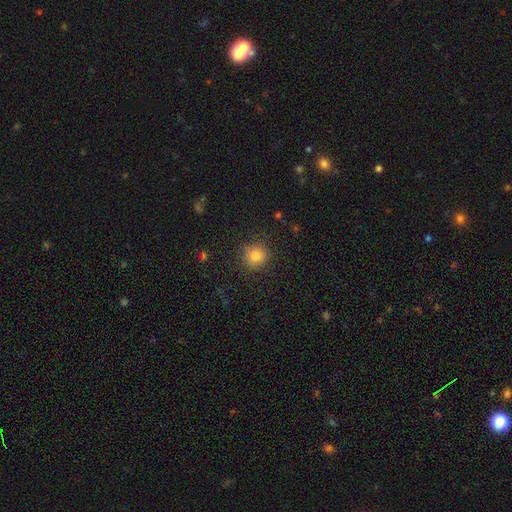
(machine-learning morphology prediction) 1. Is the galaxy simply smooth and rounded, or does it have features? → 82% smooth, 12% star or artifact, 6% featured or disk.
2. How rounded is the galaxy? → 91% round, 8% in between, 1% cigar-shaped.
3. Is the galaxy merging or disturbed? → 85% none, 10% minor disturbance, 3% major disturbance, 1% merger.